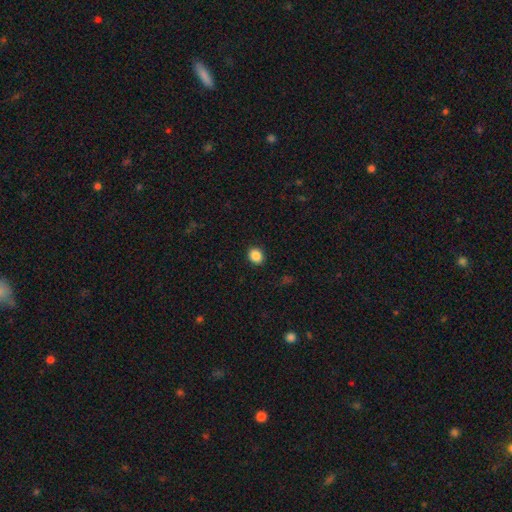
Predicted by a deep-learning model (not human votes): Smooth or featured: smooth — 88% (star or artifact — 9%)
How rounded: round — 64% (in between — 35%)
Merging: none — 91% (minor disturbance — 6%)